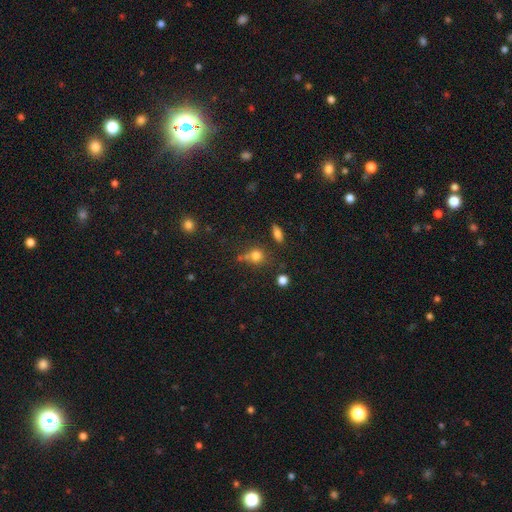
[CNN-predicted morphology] This appears to be a smooth galaxy with no disk features (75%) that is round (76%). Merging: none (57%).